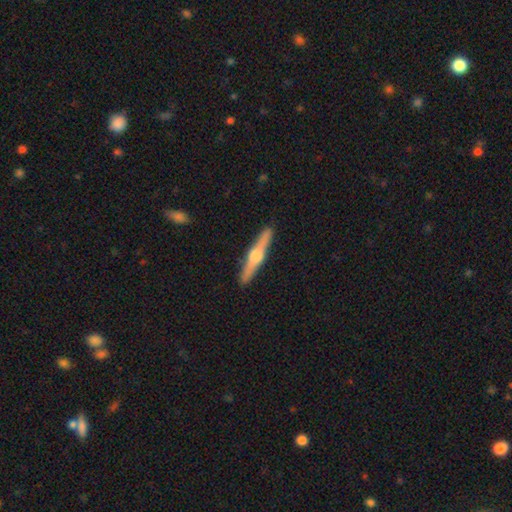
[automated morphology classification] type=featured or disk (72%); edge-on=yes (98%); edge-on bulge=rounded (94%); merging=none (92%).